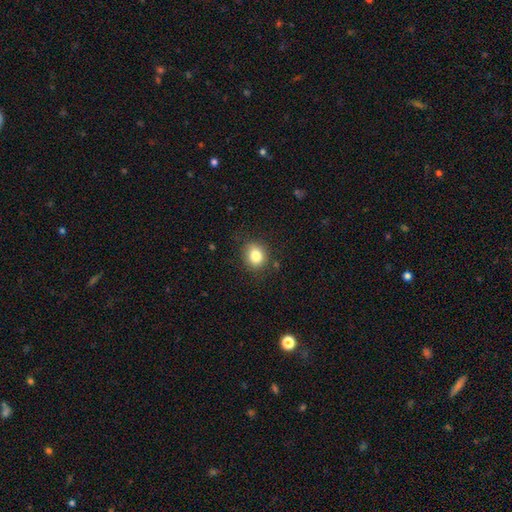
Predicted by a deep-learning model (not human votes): Smooth or featured: smooth — 83% (star or artifact — 10%)
How rounded: round — 65% (in between — 34%)
Merging: none — 83% (minor disturbance — 12%)